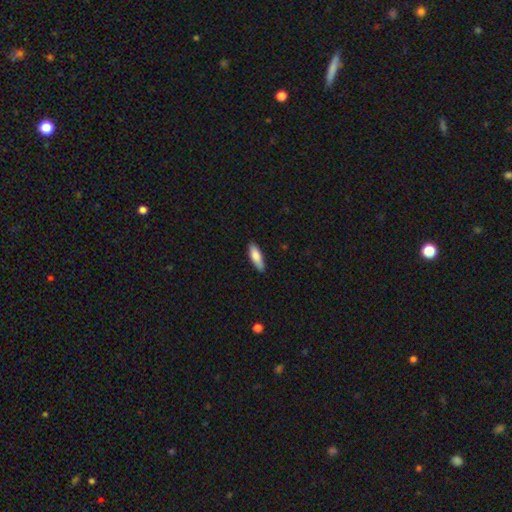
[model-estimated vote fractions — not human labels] This is likely a smooth galaxy (77%). How rounded: possibly cigar-shaped (51%). Merging: clearly none (86%).